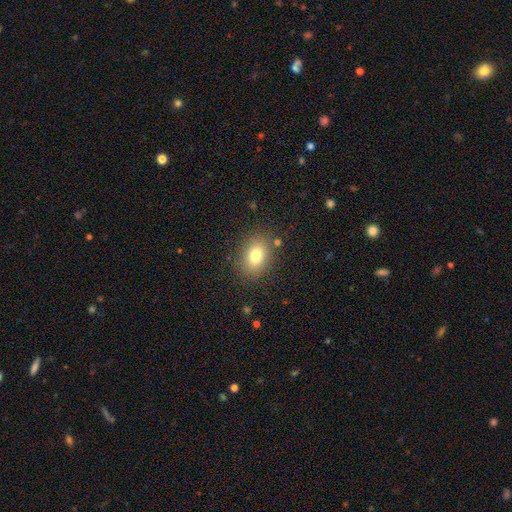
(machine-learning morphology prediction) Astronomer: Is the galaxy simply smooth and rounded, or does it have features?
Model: smooth — 78%.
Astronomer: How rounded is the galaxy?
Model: in between — 67%.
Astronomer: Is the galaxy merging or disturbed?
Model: none — 84%.